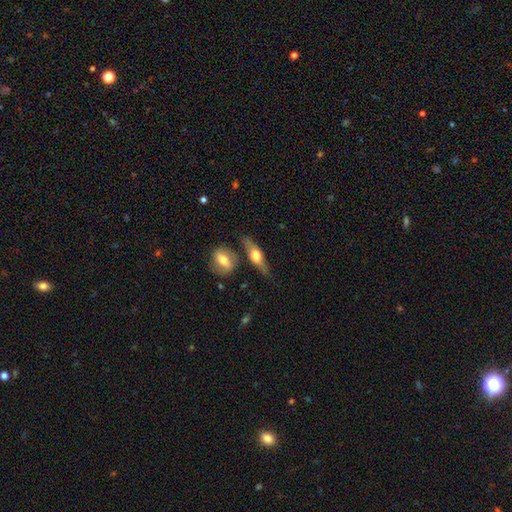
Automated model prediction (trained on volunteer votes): featured or disk 49%, smooth 45%, star or artifact 6%. Down the decision tree: merging — none (68%).